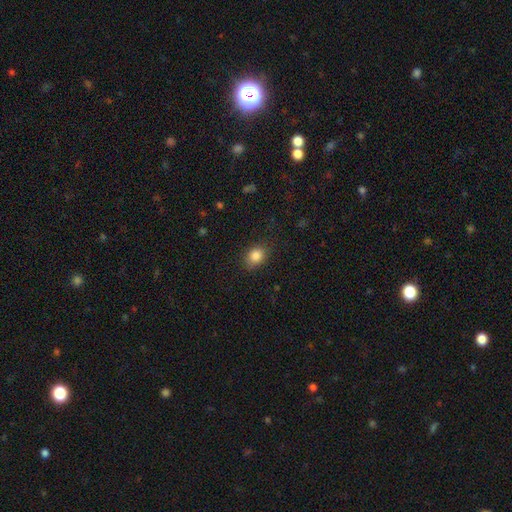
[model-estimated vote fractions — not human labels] This is clearly a smooth galaxy (85%). How rounded: possibly in between (56%). Merging: clearly none (83%).